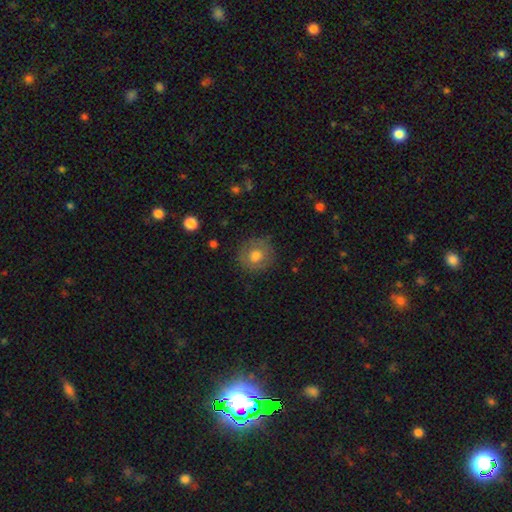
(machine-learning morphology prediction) Q: Smooth or featured?
A: smooth (69%); runner-up: featured or disk (23%)
Q: How rounded?
A: round (89%); runner-up: in between (10%)
Q: Merging?
A: none (80%); runner-up: minor disturbance (14%)